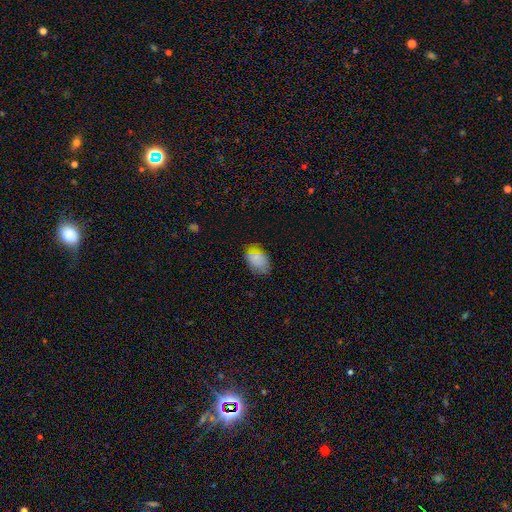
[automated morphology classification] Overall: smooth (78%). How rounded: in between (90%). Merging: none (75%).